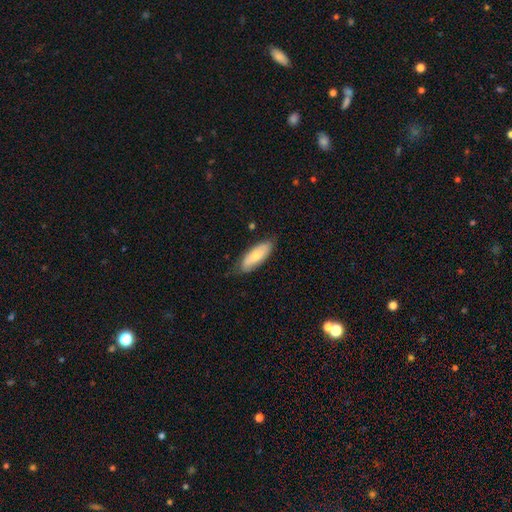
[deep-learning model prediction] Smooth or featured? Predicted: smooth (p=0.67). How rounded? Predicted: in between (p=0.72). Merging? Predicted: none (p=0.76).